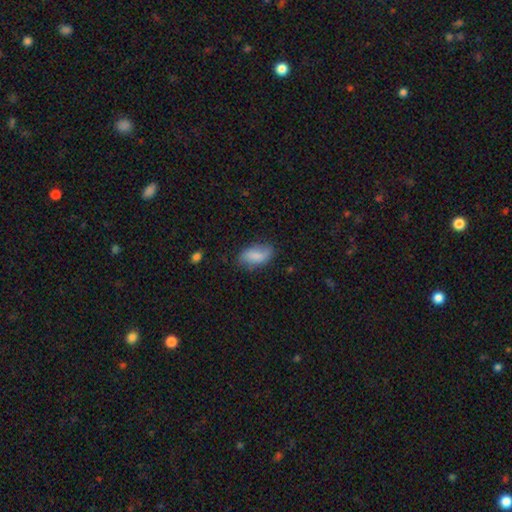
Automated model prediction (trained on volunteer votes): Q: Smooth or featured?
A: smooth (77%); runner-up: featured or disk (16%)
Q: How rounded?
A: in between (92%); runner-up: round (4%)
Q: Merging?
A: none (68%); runner-up: minor disturbance (24%)